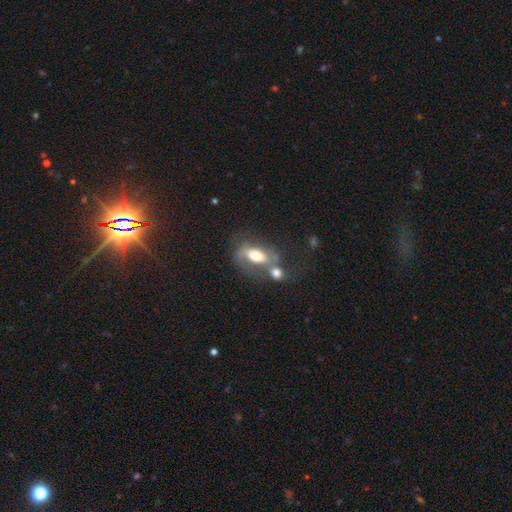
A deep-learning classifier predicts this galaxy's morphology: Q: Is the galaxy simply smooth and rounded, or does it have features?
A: smooth — 47%.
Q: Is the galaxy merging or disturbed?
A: merger — 44%.